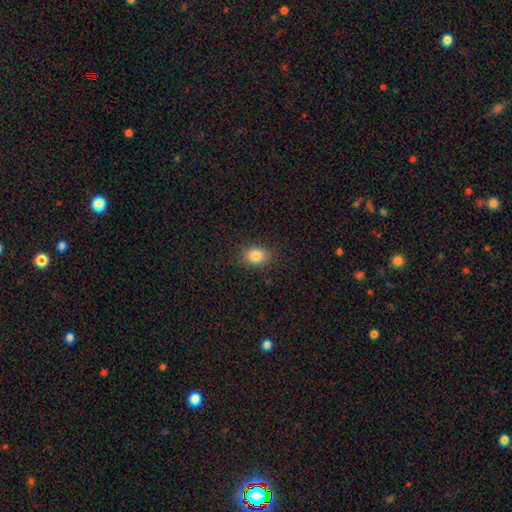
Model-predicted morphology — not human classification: smooth 84%, star or artifact 10%, featured or disk 6%. Down the decision tree: how rounded — in between (52%); merging — none (86%).